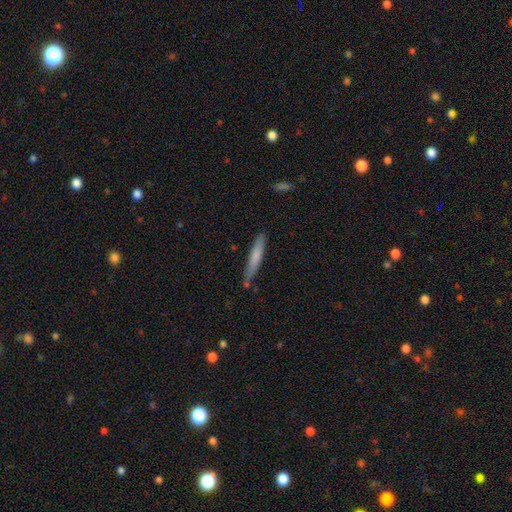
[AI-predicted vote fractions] Overall: smooth (71%). How rounded: cigar-shaped (93%). Merging: none (80%).